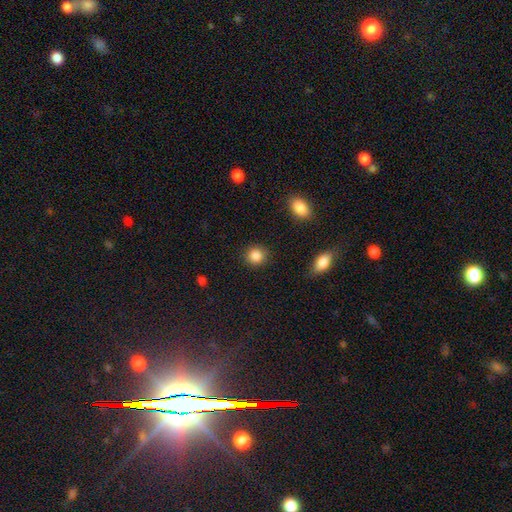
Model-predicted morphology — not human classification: smooth 87%, star or artifact 9%, featured or disk 4%. Down the decision tree: how rounded — round (89%); merging — none (89%).